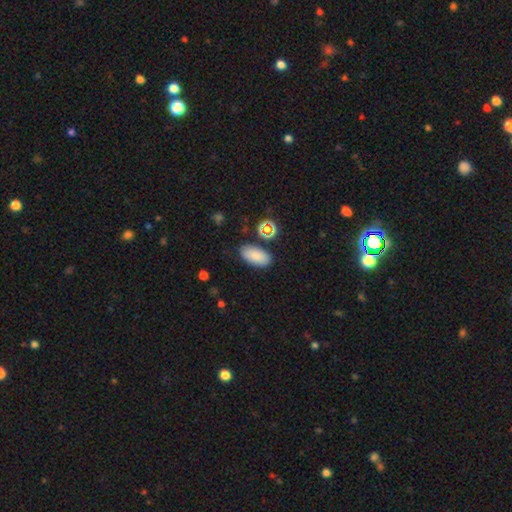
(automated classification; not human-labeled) smooth_or_featured: smooth (p=0.83) [alt: star or artifact p=0.10]
how_rounded: in between (p=0.92) [alt: round p=0.04]
merging: none (p=0.82) [alt: minor disturbance p=0.11]